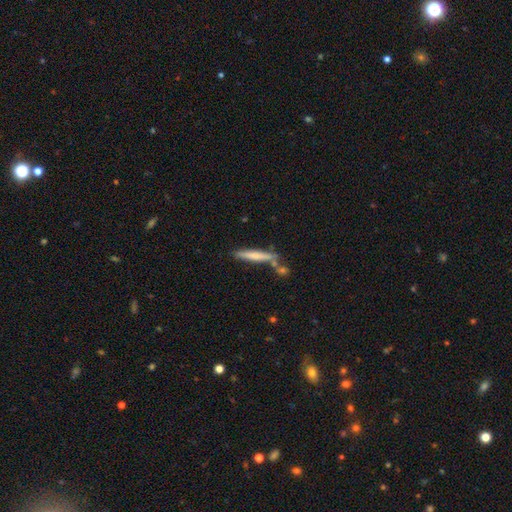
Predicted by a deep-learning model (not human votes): A smooth galaxy with no disk features (65%) that is cigar-shaped (93%). Merging: none (67%).